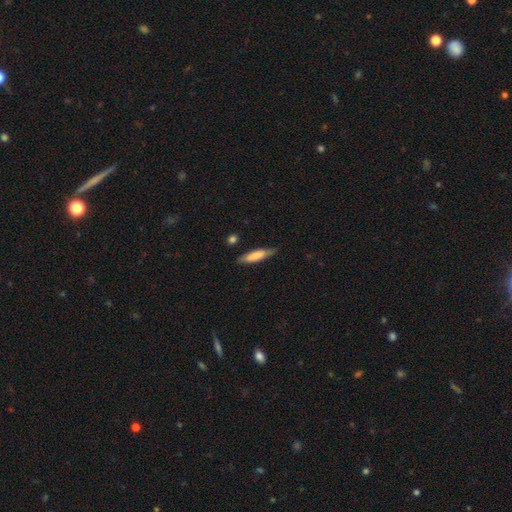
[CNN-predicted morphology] This appears to be a smooth galaxy with no disk features (73%) that is cigar-shaped (79%). Merging: none (81%).